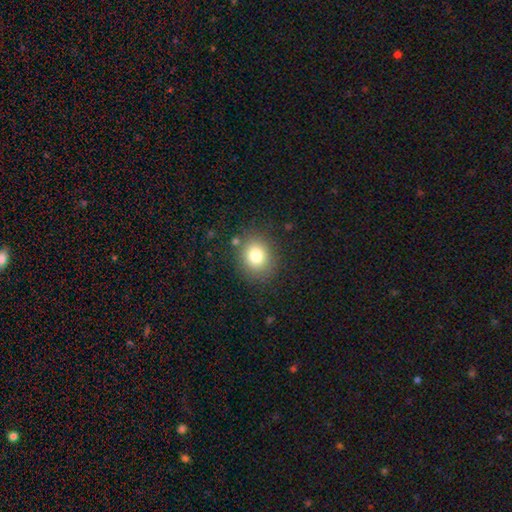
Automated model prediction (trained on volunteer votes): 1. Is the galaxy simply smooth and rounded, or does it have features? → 79% smooth, 12% star or artifact, 9% featured or disk.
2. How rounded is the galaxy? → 67% round, 32% in between, 1% cigar-shaped.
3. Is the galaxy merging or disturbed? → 84% none, 10% minor disturbance, 4% major disturbance, 3% merger.